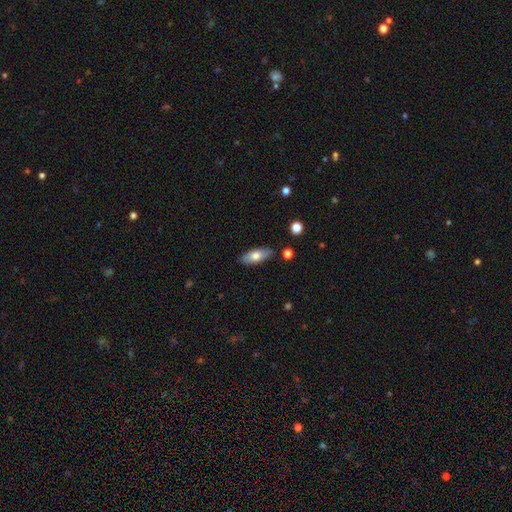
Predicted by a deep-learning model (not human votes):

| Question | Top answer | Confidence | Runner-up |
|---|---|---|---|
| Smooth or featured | smooth | 71% | featured or disk (22%) |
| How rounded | in between | 75% | cigar-shaped (22%) |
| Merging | none | 85% | minor disturbance (10%) |